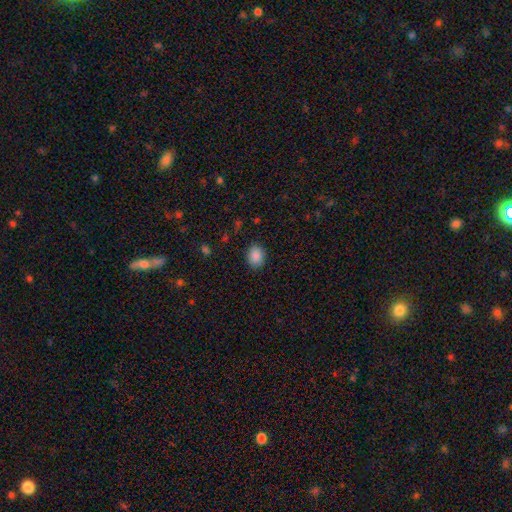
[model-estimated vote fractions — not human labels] smooth_or_featured: smooth (p=0.88) [alt: star or artifact p=0.09]
how_rounded: in between (p=0.50) [tied with: round p=0.50]
merging: none (p=0.87) [alt: minor disturbance p=0.09]